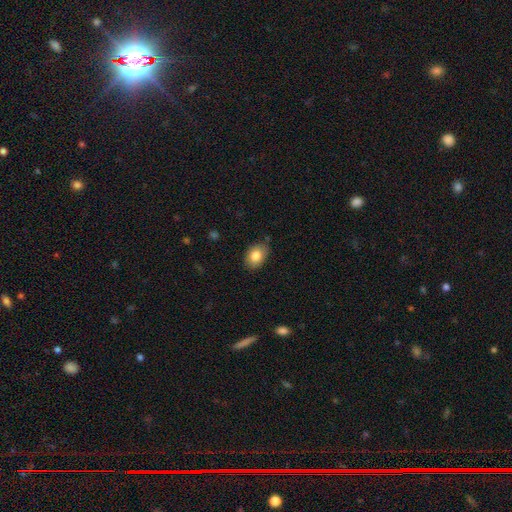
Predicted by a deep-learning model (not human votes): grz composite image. It shows a smooth galaxy with no disk features (83%) that is in between round and cigar-shaped (78%). Merging: none (80%).